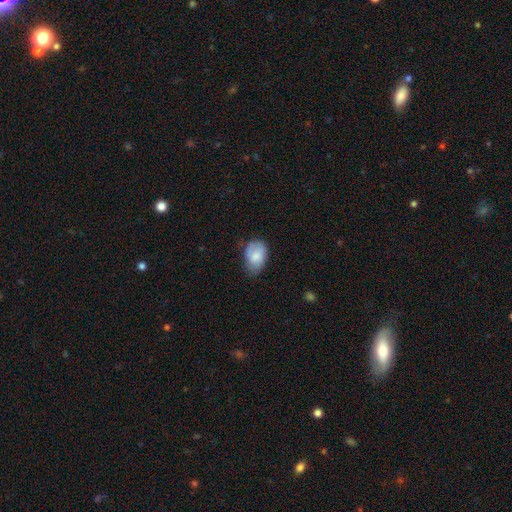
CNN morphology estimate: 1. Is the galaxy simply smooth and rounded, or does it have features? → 79% smooth, 14% featured or disk, 7% star or artifact.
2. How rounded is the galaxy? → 84% in between, 15% round, 1% cigar-shaped.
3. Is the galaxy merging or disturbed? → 55% none, 35% minor disturbance, 9% major disturbance, 2% merger.